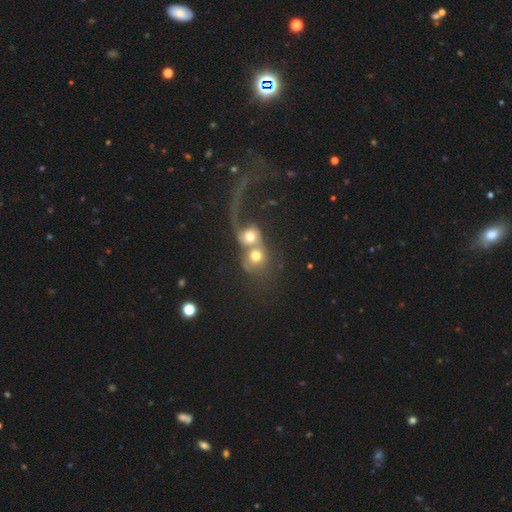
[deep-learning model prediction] Morphology: type=smooth (51%); roundness=round (77%); merging=merger (78%).